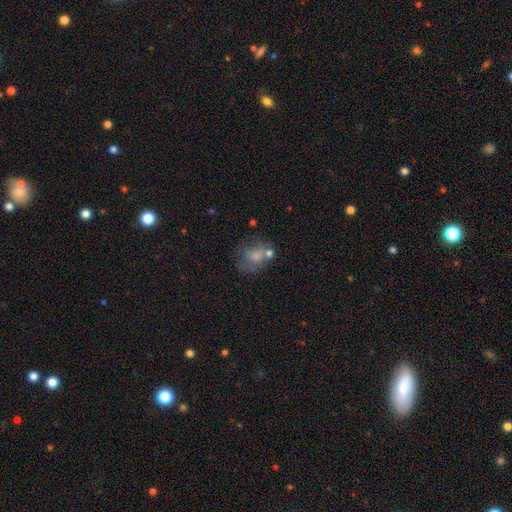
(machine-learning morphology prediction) Smooth or featured? Predicted: smooth (p=0.63). How rounded? Predicted: round (p=0.57). Merging? Predicted: none (p=0.44).